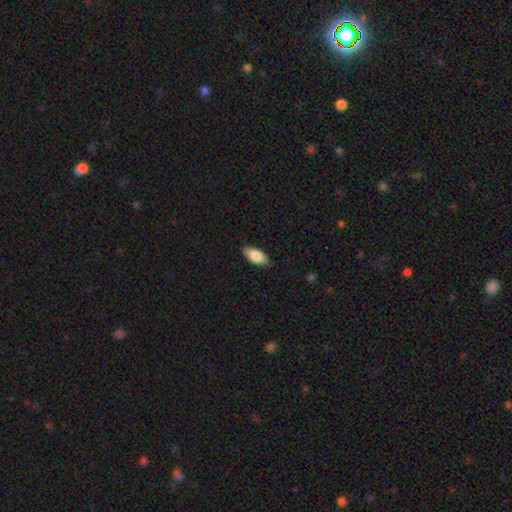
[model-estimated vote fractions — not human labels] This appears to be a smooth galaxy with no disk features (77%) that is in between round and cigar-shaped (86%). Merging: none (87%).